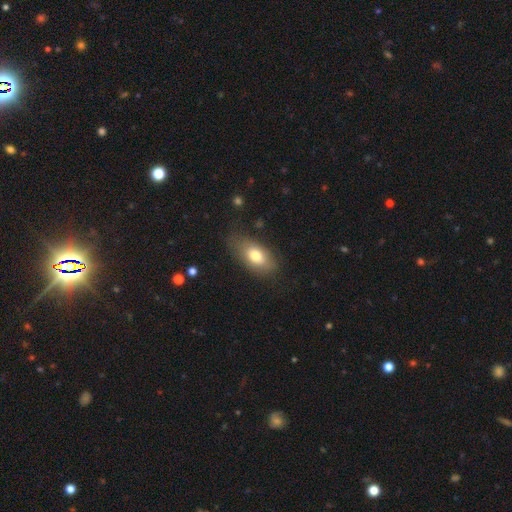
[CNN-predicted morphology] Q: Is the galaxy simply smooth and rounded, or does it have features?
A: smooth — 73%.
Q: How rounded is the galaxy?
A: in between — 89%.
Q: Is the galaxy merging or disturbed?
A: none — 71%.